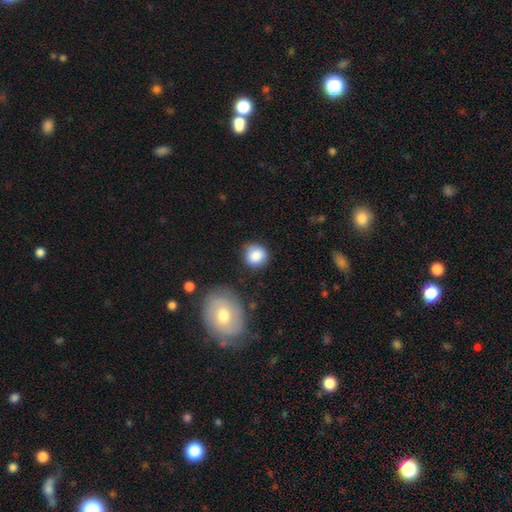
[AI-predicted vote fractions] Smooth or featured? Predicted: smooth (p=0.84). How rounded? Predicted: round (p=0.85). Merging? Predicted: none (p=0.78).